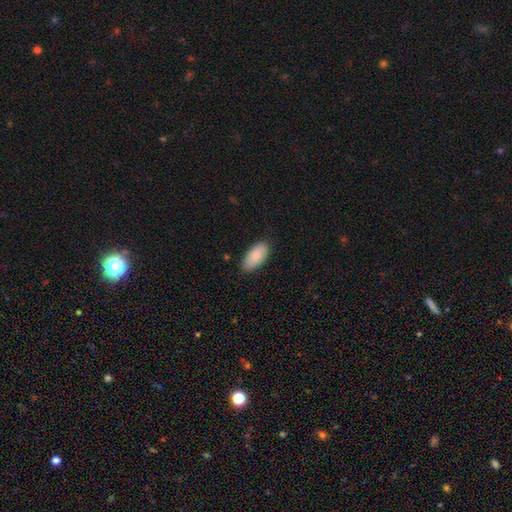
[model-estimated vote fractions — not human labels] Smooth or featured?
  - smooth: 85% *
  - featured or disk: 9%
  - star or artifact: 6%
How rounded?
  - in between: 93% *
  - cigar-shaped: 5%
  - round: 2%
Merging?
  - none: 84% *
  - minor disturbance: 13%
  - major disturbance: 2%
  - merger: 1%